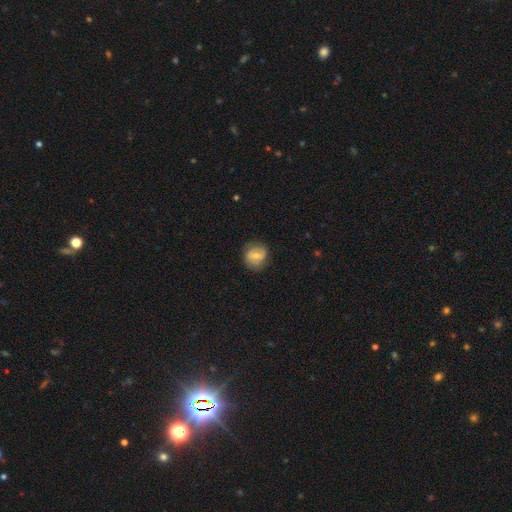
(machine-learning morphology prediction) Smooth or featured? Predicted: featured or disk (p=0.46, tied with smooth). Merging? Predicted: none (p=0.76).